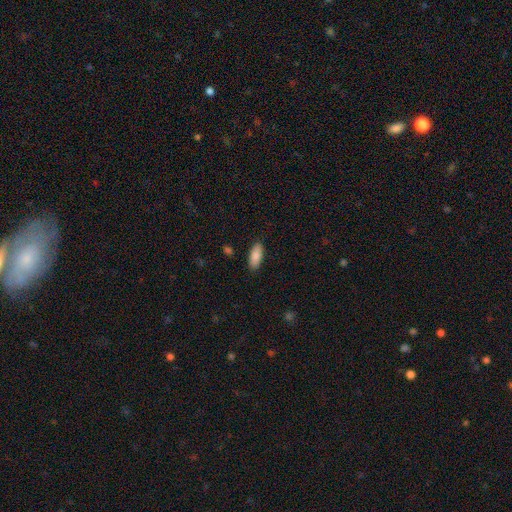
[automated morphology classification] Smooth or featured?
  - smooth: 87% *
  - featured or disk: 7%
  - star or artifact: 6%
How rounded?
  - in between: 82% *
  - cigar-shaped: 16%
  - round: 2%
Merging?
  - none: 88% *
  - minor disturbance: 9%
  - major disturbance: 2%
  - merger: 1%